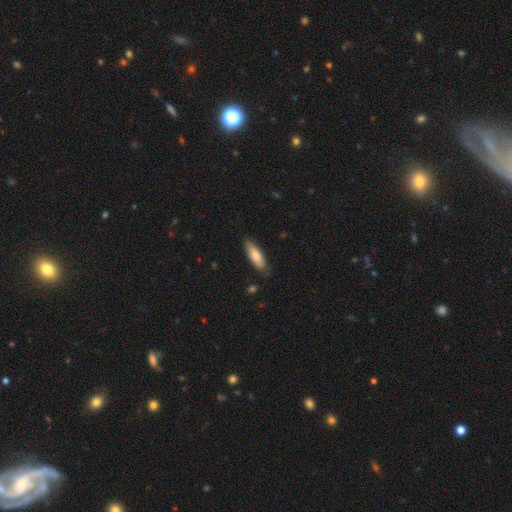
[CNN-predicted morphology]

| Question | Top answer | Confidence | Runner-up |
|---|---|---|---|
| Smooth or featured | smooth | 78% | featured or disk (16%) |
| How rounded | in between | 57% | cigar-shaped (41%) |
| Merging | none | 80% | minor disturbance (16%) |